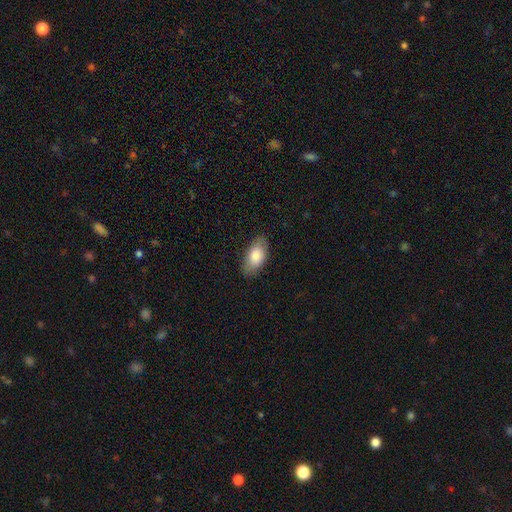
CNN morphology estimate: Smooth or featured? smooth (80%)
How rounded? in between (92%)
Merging? none (83%)